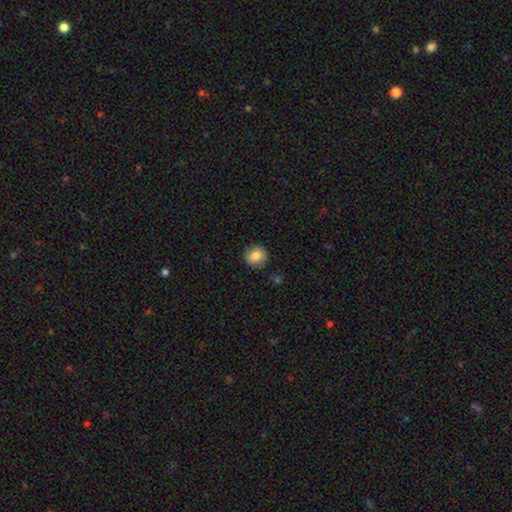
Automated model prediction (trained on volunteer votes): A smooth galaxy with no disk features (83%) that is round (86%). Merging: none (87%).